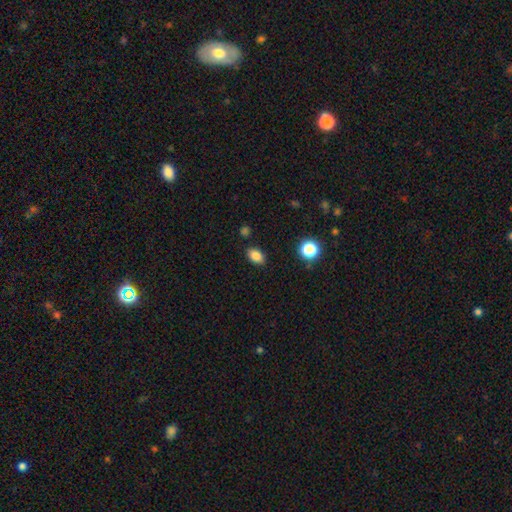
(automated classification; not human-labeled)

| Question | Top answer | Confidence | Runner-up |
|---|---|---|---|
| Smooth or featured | smooth | 84% | star or artifact (11%) |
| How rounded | in between | 84% | round (15%) |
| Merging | none | 86% | minor disturbance (10%) |